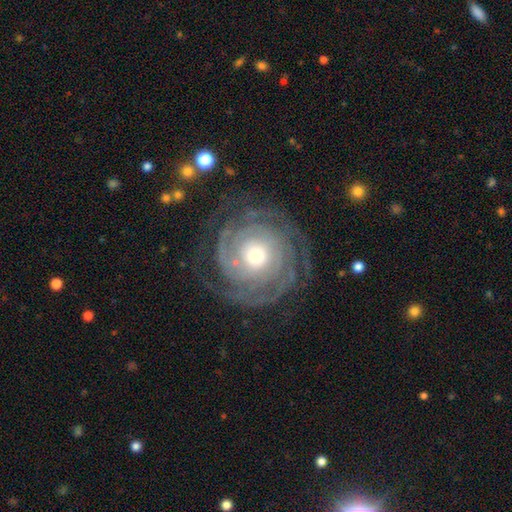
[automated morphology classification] The model was most divided on "spiral arm count": 2: 33%, can't tell: 20%, 3: 20%, 4: 11%, more than 4: 8%, 1: 8%. More confident: edge-on disk — no (98%); spiral arms — yes (97%); smooth or featured — featured or disk (89%); bar — no (78%); merging — none (77%); spiral winding — tight (75%); bulge size — moderate (57%).